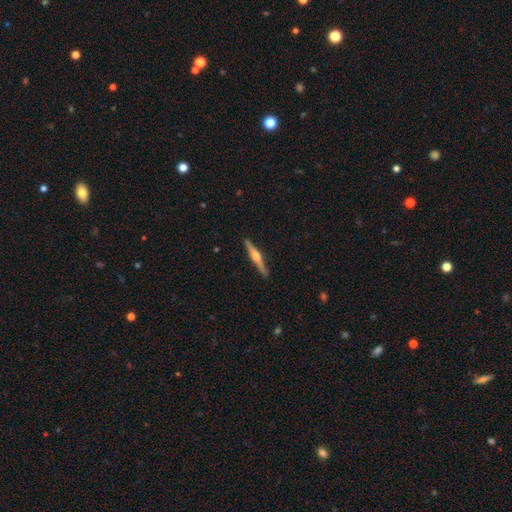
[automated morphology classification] A featured or disk galaxy (76%) viewed edge-on (98%) with a rounded central bulge (89%). Merging: none (91%).